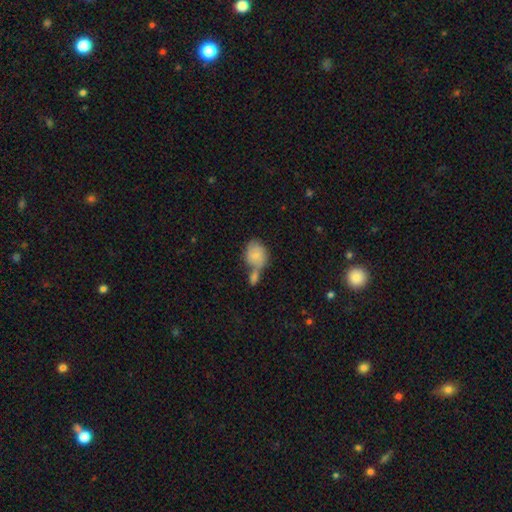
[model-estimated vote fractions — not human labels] Smooth or featured: smooth — 72% (featured or disk — 21%)
How rounded: in between — 51% (round — 47%)
Merging: merger — 51% (none — 29%)